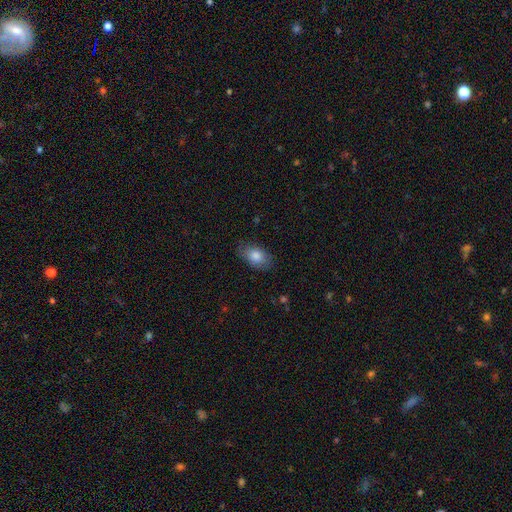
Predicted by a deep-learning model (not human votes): This appears to be a smooth galaxy with no disk features (81%) that is in between round and cigar-shaped (90%). Merging: none (76%).